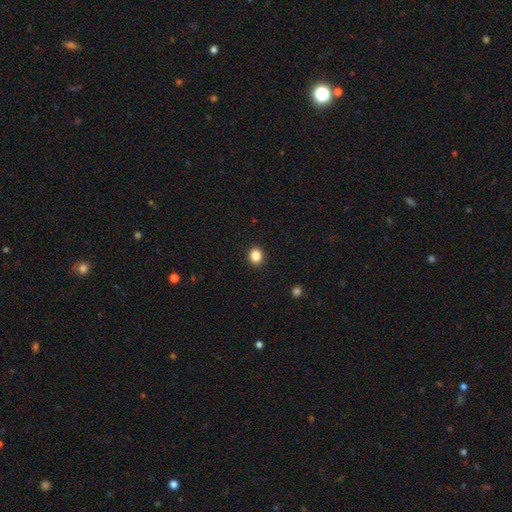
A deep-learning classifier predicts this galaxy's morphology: The model was most divided on "how rounded": round: 76%, in between: 23%, cigar-shaped: 1%. More confident: merging — none (92%); smooth or featured — smooth (85%).